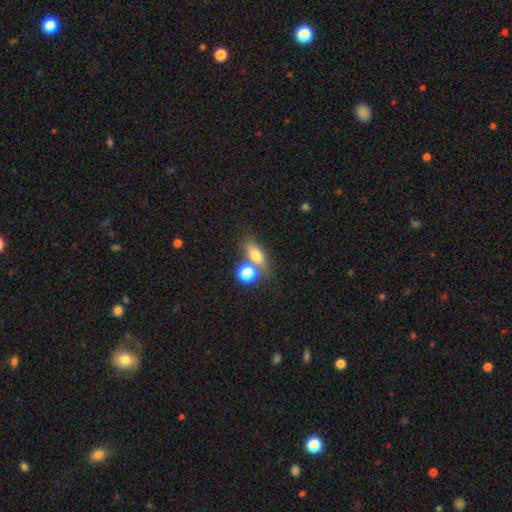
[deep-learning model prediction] Smooth or featured?
  - smooth: 73% *
  - featured or disk: 15%
  - star or artifact: 13%
How rounded?
  - in between: 66% *
  - round: 20%
  - cigar-shaped: 14%
Merging?
  - none: 56% *
  - merger: 26%
  - minor disturbance: 12%
  - major disturbance: 6%